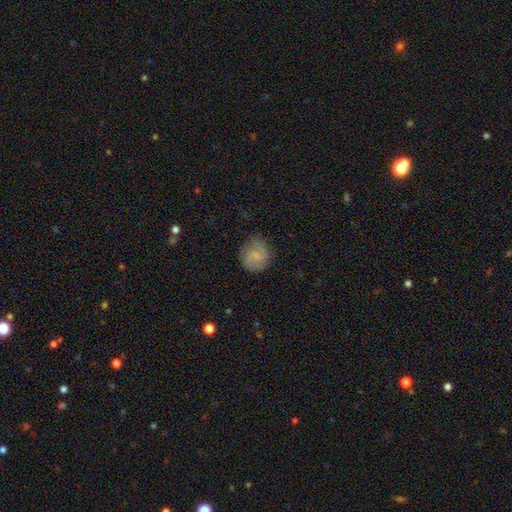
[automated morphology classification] A smooth galaxy with no disk features (62%) that is round (82%).

Vote fractions:
- Smooth or featured? smooth: 62% / featured or disk: 30% / star or artifact: 8%
- How rounded? round: 82% / in between: 17% / cigar-shaped: 1%
- Merging? none: 73% / minor disturbance: 20% / major disturbance: 6% / merger: 1%